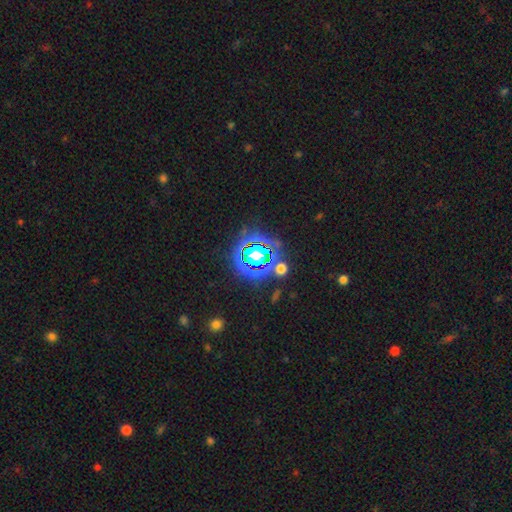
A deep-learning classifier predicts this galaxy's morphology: Overall: star or artifact (64%).